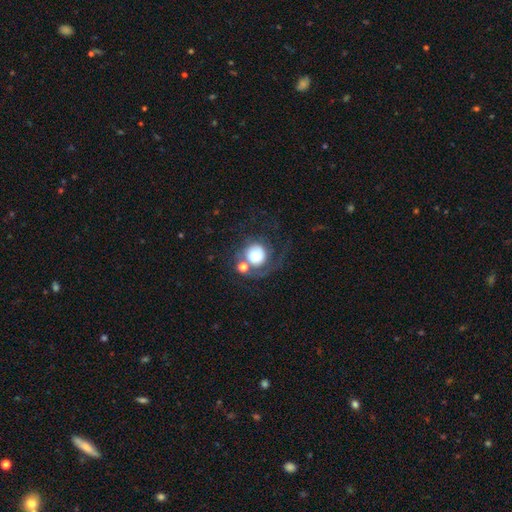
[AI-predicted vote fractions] This is possibly a smooth galaxy (58%). How rounded: clearly round (86%). Merging: marginally none (36%).